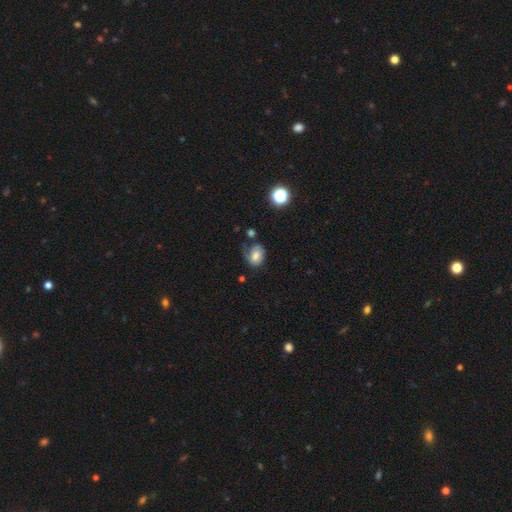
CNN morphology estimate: A smooth galaxy with no disk features (61%) that is in between round and cigar-shaped (58%). Merging: none (43%).